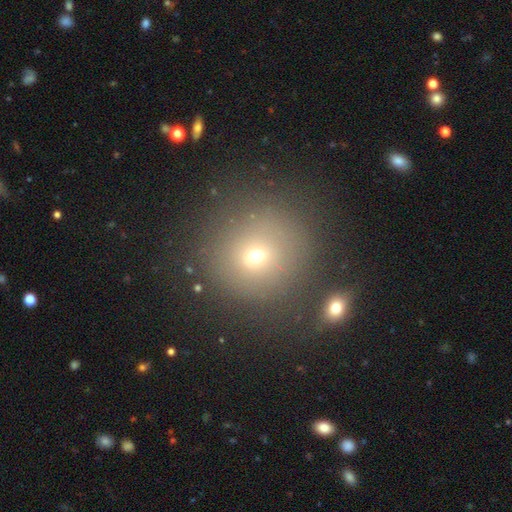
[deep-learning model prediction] Smooth or featured? Predicted: smooth (p=0.64). How rounded? Predicted: round (p=0.92). Merging? Predicted: none (p=0.80).